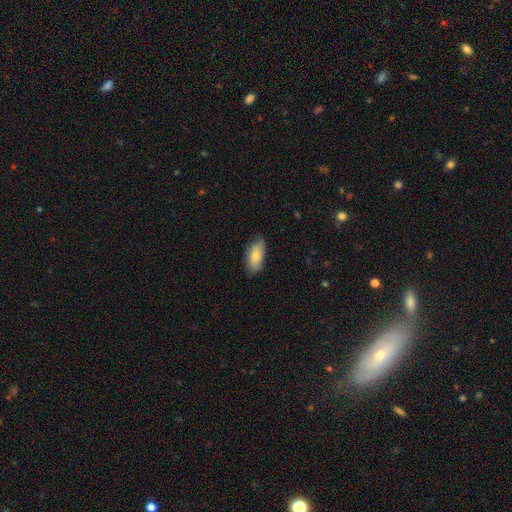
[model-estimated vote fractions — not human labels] Smooth or featured? Predicted: smooth (p=0.80). How rounded? Predicted: in between (p=0.90). Merging? Predicted: none (p=0.69).